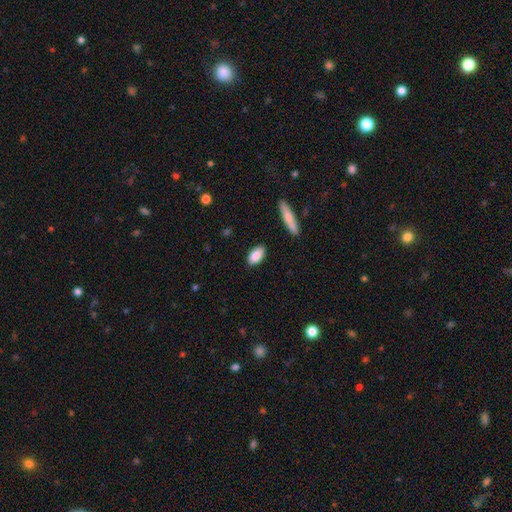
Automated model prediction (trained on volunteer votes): smooth-or-featured: smooth: 87% | star or artifact: 6% | featured or disk: 6%
  how-rounded: in between: 91% | cigar-shaped: 5% | round: 4%
  merging: none: 86% | minor disturbance: 10% | major disturbance: 2% | merger: 2%